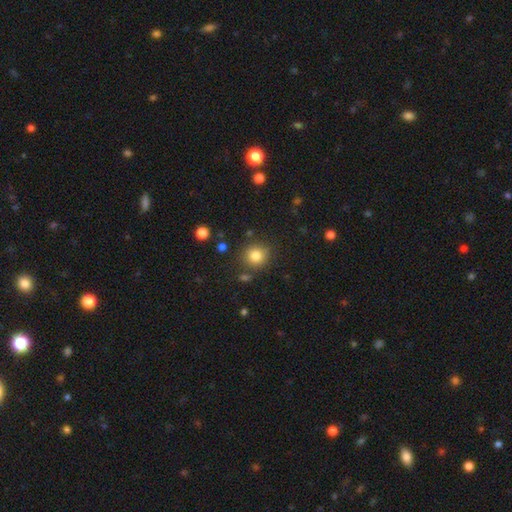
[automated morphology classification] The model was most divided on "smooth or featured": smooth: 83%, star or artifact: 11%, featured or disk: 6%. More confident: how rounded — round (89%); merging — none (82%).